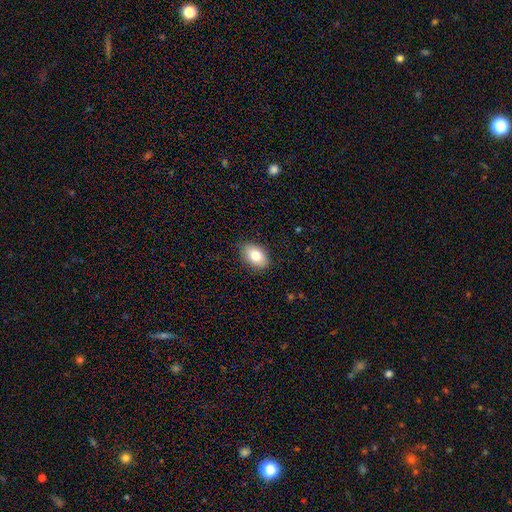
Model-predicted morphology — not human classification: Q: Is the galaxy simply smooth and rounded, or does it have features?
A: smooth — 78%.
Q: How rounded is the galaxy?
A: in between — 84%.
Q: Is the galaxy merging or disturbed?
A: none — 84%.